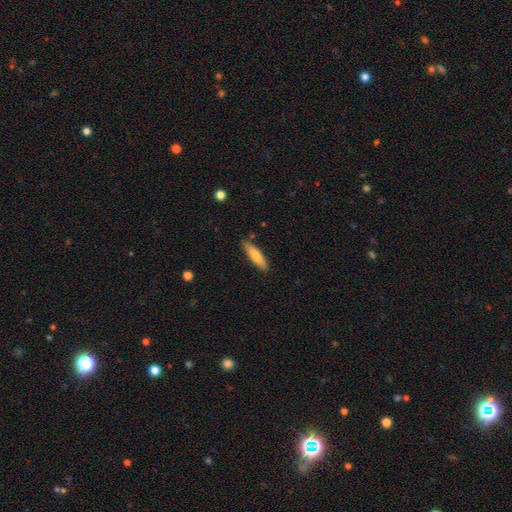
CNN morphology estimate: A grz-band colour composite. It shows a smooth galaxy with no disk features (78%) that is cigar-shaped (73%). Merging: none (85%).